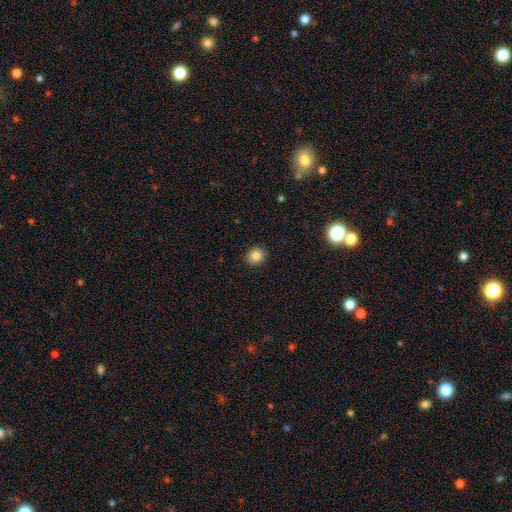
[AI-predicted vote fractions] Q: Smooth or featured?
A: smooth (84%); runner-up: star or artifact (10%)
Q: How rounded?
A: round (87%); runner-up: in between (12%)
Q: Merging?
A: none (92%); runner-up: minor disturbance (6%)